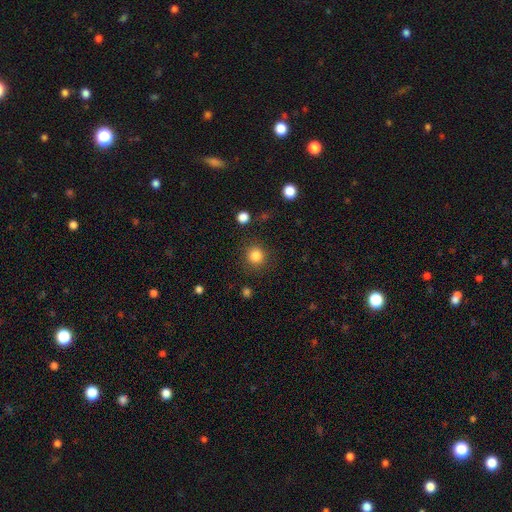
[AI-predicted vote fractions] This appears to be a smooth galaxy with no disk features (84%) that is round (93%). Merging: none (88%).